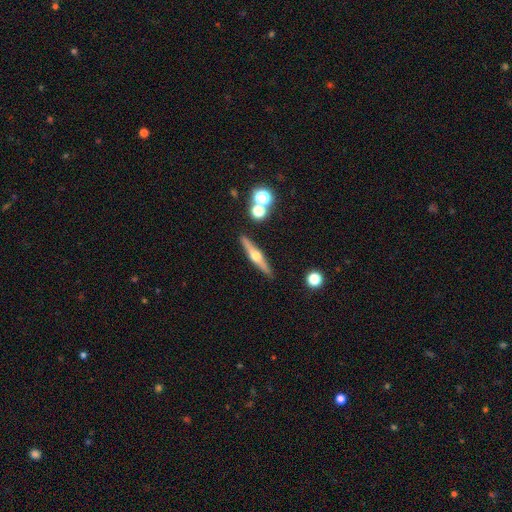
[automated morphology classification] smooth-or-featured: featured or disk: 73% | smooth: 21% | star or artifact: 7%
  disk-edge-on: yes: 97% | no: 3%
    edge-on-bulge: rounded: 95% | boxy: 2% | none: 2%
  merging: none: 89% | minor disturbance: 6% | merger: 3% | major disturbance: 2%